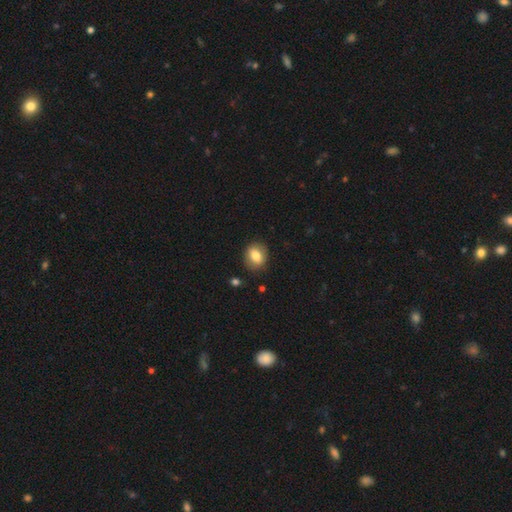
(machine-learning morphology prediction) This is likely a smooth galaxy (78%). How rounded: possibly in between (50%). Merging: clearly none (85%).